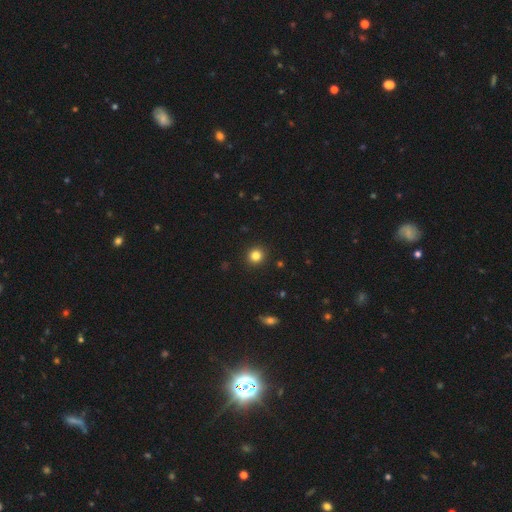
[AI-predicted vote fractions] The model was most divided on "smooth or featured": smooth: 83%, star or artifact: 12%, featured or disk: 5%. More confident: merging — none (93%); how rounded — round (92%).